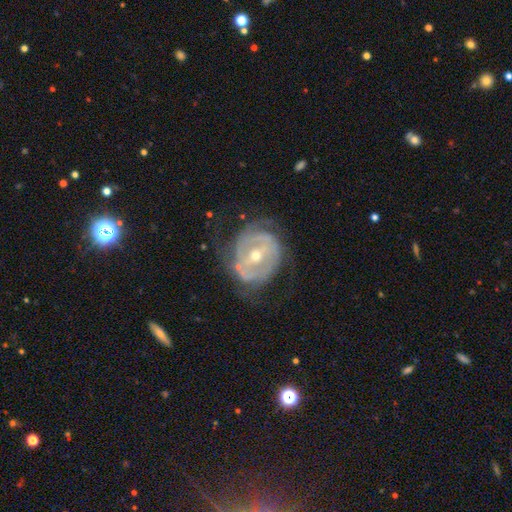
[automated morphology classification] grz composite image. It shows a featured or disk galaxy (83%) with a weak bar (39%), 2 (40%) tight (58%) spiral arms (77%) and a moderate central bulge (49%). Merging: none (58%).